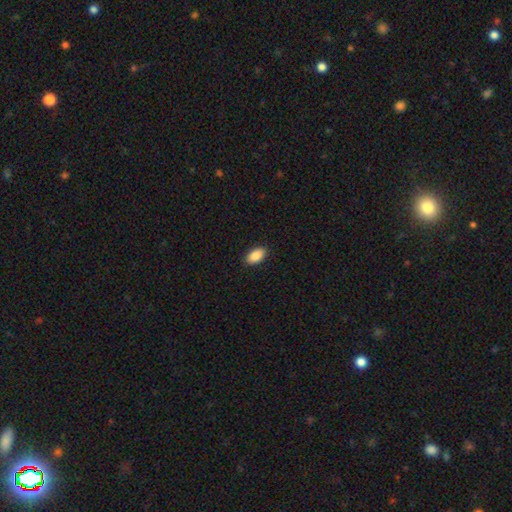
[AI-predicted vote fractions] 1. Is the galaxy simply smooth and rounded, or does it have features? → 89% smooth, 7% star or artifact, 4% featured or disk.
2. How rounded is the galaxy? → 93% in between, 4% round, 2% cigar-shaped.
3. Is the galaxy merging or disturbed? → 90% none, 7% minor disturbance, 2% major disturbance, 1% merger.